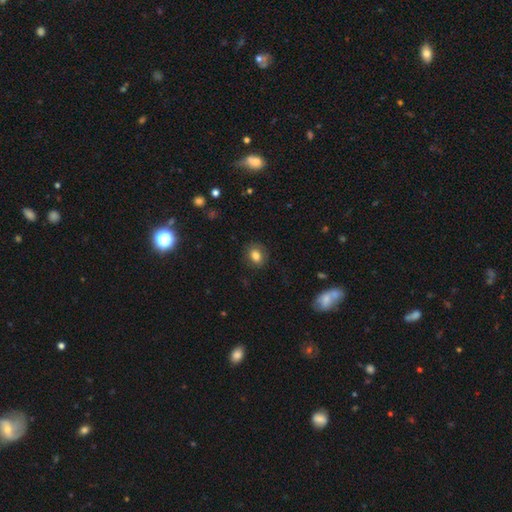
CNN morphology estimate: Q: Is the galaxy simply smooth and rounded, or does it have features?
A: smooth — 80%.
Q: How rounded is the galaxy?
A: round — 51%.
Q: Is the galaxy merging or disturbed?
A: none — 83%.